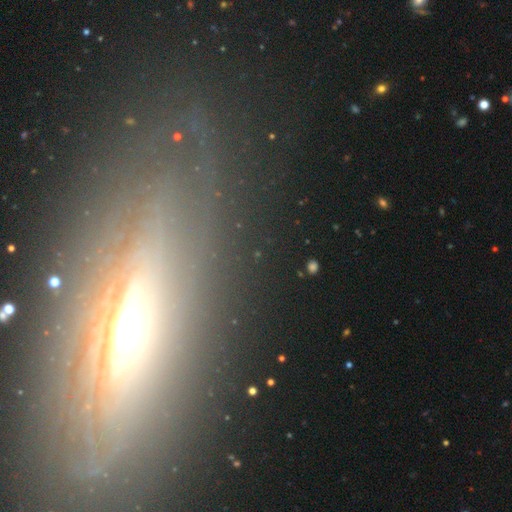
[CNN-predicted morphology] smooth-or-featured: featured or disk: 63% | smooth: 20% | star or artifact: 16%
  disk-edge-on: yes: 60% | no: 40%
  merging: none: 76% | minor disturbance: 13% | major disturbance: 8% | merger: 2%